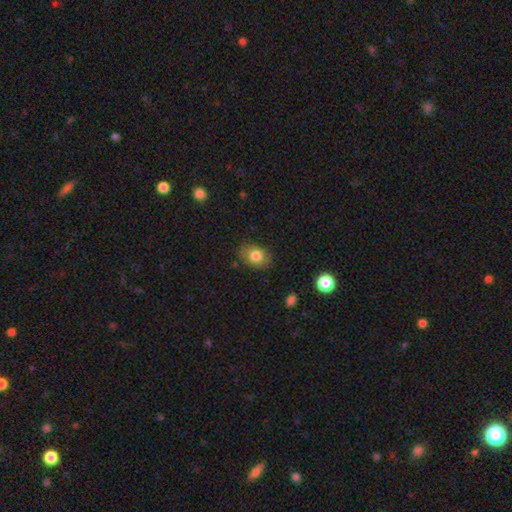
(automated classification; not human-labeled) Morphology: type=smooth (80%); roundness=in between (72%); merging=none (82%).